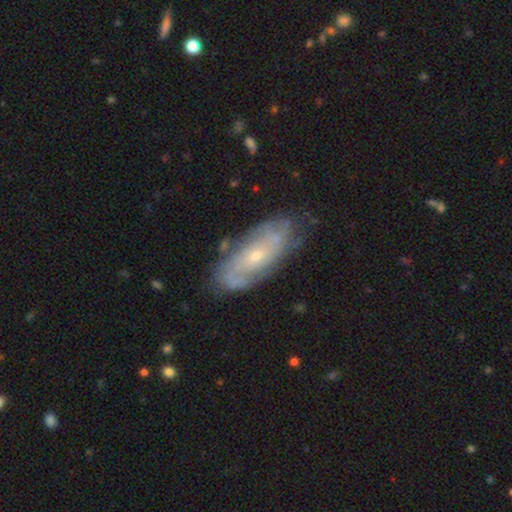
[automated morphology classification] The model was most divided on "spiral arm count": can't tell: 43%, 2: 38%, 3: 8%, 4: 4%, 1: 4%, more than 4: 3%. More confident: edge-on disk — no (88%); spiral arms — yes (87%); merging — none (74%); smooth or featured — featured or disk (74%); bar — no (70%); bulge size — small (67%); spiral winding — tight (55%).